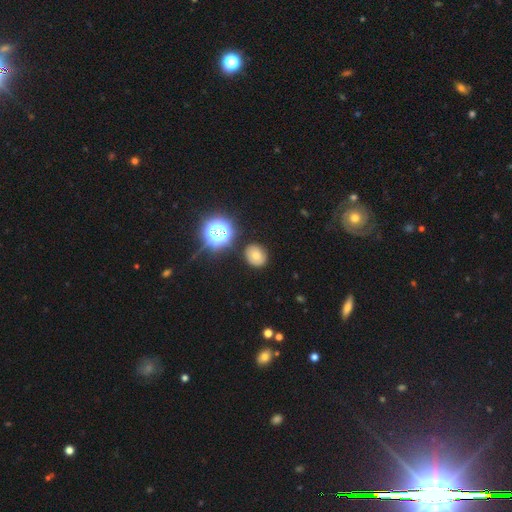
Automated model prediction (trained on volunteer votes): smooth_or_featured: smooth (p=0.69) [alt: star or artifact p=0.18]
how_rounded: round (p=0.65) [alt: in between p=0.34]
merging: none (p=0.85) [alt: minor disturbance p=0.09]